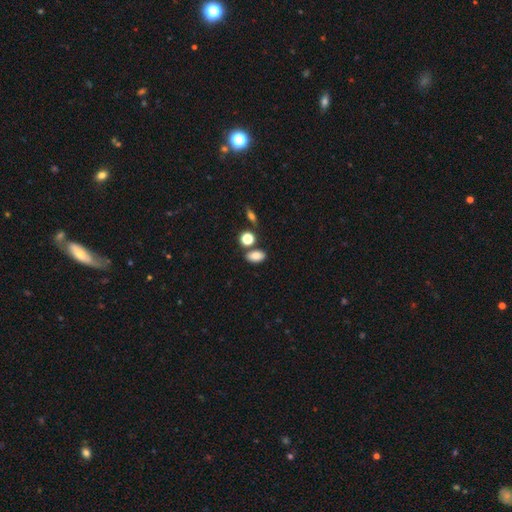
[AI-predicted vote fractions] Overall: smooth (82%). How rounded: in between (86%). Merging: none (73%).